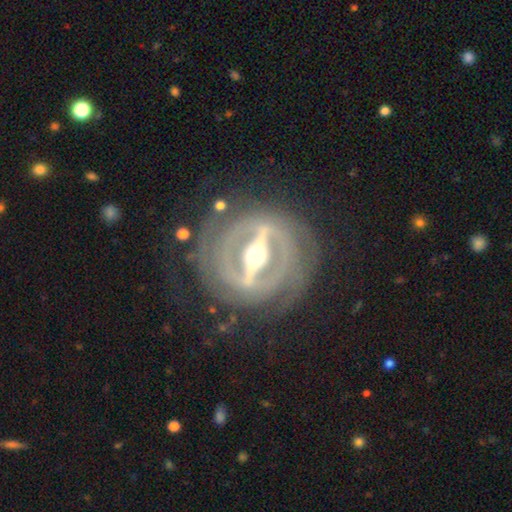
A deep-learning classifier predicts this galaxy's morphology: A featured or disk galaxy (89%) with a strong bar (89%), spiral arms (64%) and a moderate central bulge (73%).

Vote fractions:
- Smooth or featured? featured or disk: 89% / smooth: 6% / star or artifact: 5%
- Edge-on disk? no: 80% / yes: 20%
- Bar? strong: 89% / weak: 7% / no: 4%
- Spiral arms? yes: 64% / no: 36%
- Bulge size? moderate: 73% / large: 13% / small: 12% / dominant: 2% / none: 1%
- Merging? none: 78% / minor disturbance: 13% / major disturbance: 8% / merger: 2%